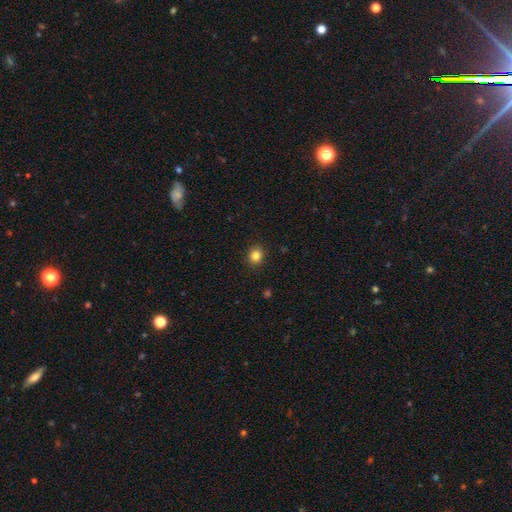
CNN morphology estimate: Smooth or featured?
  - smooth: 83% *
  - star or artifact: 11%
  - featured or disk: 5%
How rounded?
  - round: 74% *
  - in between: 25%
  - cigar-shaped: 1%
Merging?
  - none: 91% *
  - minor disturbance: 6%
  - major disturbance: 2%
  - merger: 1%